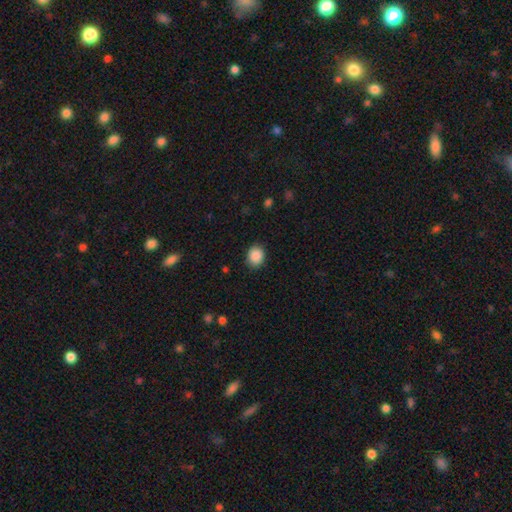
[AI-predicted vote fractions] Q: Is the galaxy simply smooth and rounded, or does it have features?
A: smooth — 89%.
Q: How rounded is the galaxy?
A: round — 63%.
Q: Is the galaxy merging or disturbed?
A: none — 87%.